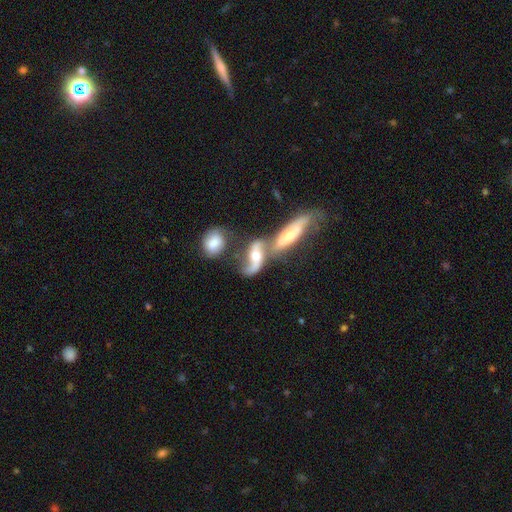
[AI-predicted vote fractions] This appears to be a featured or disk galaxy (66%) with no bar (48%), spiral arms (86%) and a moderate central bulge (63%). Merging: merger (58%).